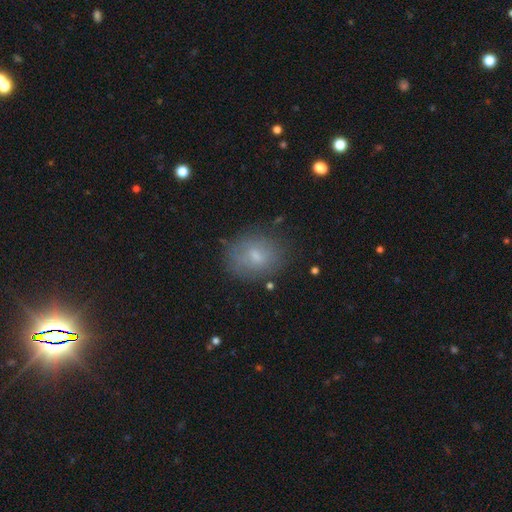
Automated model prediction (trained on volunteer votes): smooth-or-featured: smooth: 68% | featured or disk: 22% | star or artifact: 10%
  how-rounded: round: 51% | in between: 47% | cigar-shaped: 1%
  merging: none: 76% | minor disturbance: 17% | major disturbance: 6% | merger: 2%